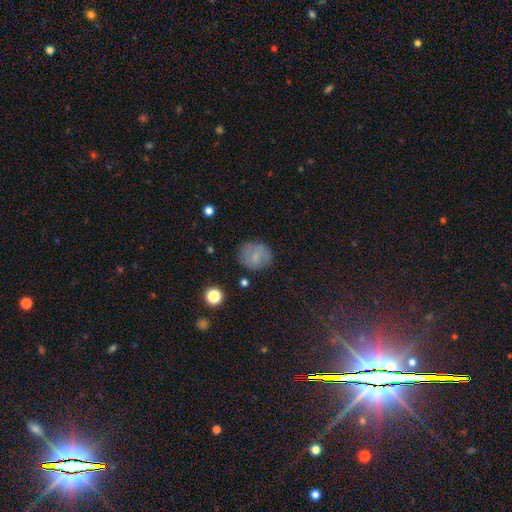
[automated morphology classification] smooth-or-featured: smooth: 72% | featured or disk: 16% | star or artifact: 12%
  how-rounded: round: 73% | in between: 26% | cigar-shaped: 1%
  merging: none: 77% | minor disturbance: 16% | major disturbance: 5% | merger: 3%